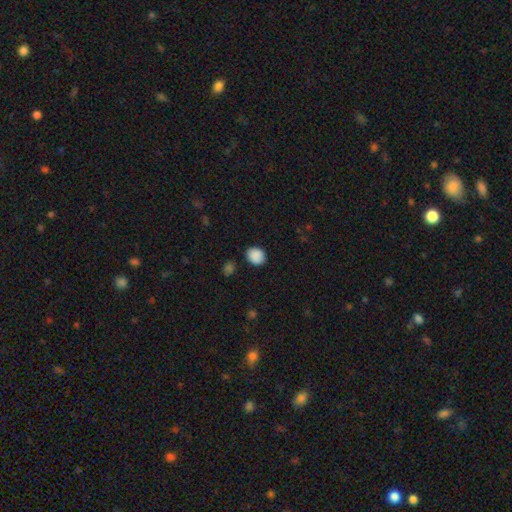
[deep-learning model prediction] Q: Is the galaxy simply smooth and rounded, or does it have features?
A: smooth — 88%.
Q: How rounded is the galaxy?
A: round — 60%.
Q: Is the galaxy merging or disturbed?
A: none — 82%.